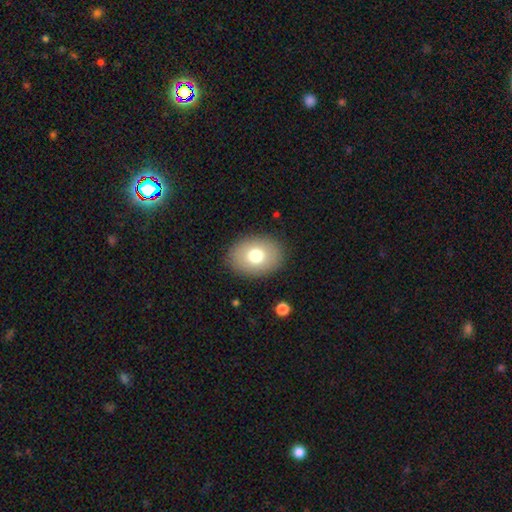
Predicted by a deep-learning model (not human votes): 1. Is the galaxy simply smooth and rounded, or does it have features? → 75% smooth, 16% featured or disk, 9% star or artifact.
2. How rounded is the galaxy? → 68% in between, 31% round, 1% cigar-shaped.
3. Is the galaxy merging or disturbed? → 88% none, 8% minor disturbance, 3% major disturbance, 1% merger.